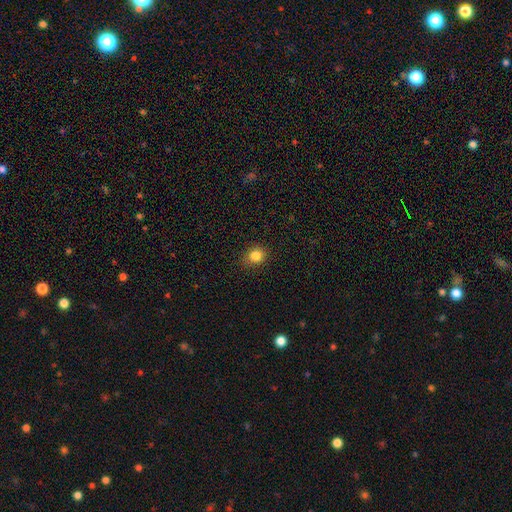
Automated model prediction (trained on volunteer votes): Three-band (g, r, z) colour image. It shows a smooth galaxy with no disk features (83%) that is round (71%). Merging: none (87%).